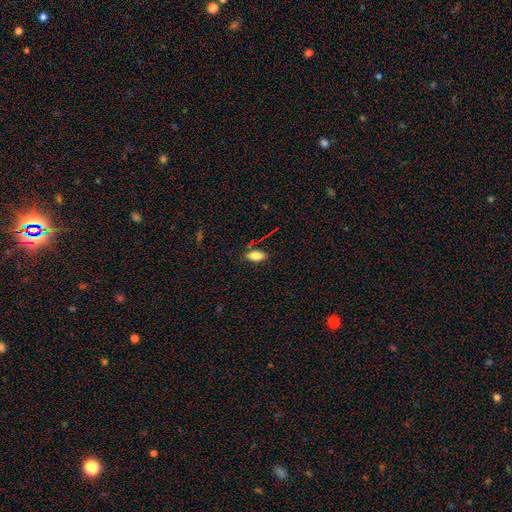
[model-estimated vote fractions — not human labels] Smooth or featured? Predicted: smooth (p=0.81). How rounded? Predicted: in between (p=0.83). Merging? Predicted: none (p=0.80).